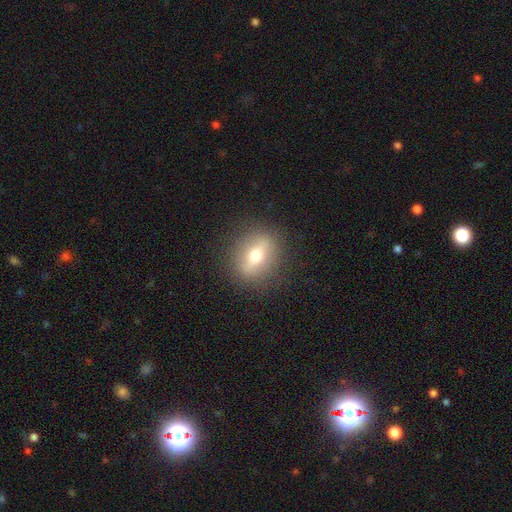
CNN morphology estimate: A featured or disk galaxy (49%). Merging: none (87%).